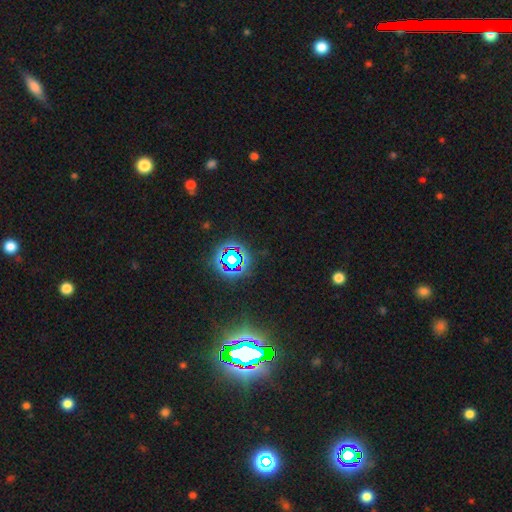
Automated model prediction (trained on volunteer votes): Smooth or featured? star or artifact (81%)